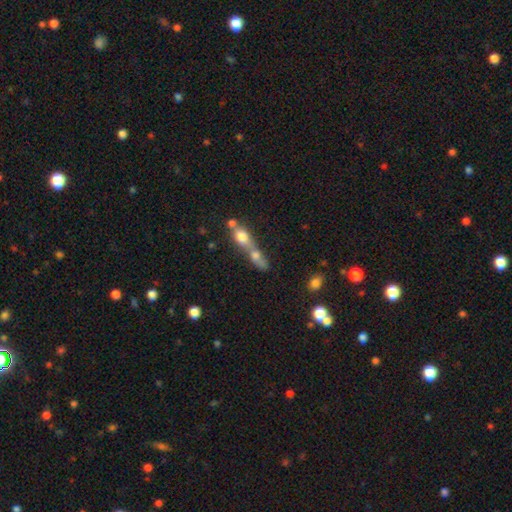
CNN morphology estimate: The model was most divided on "how rounded": in between: 44%, round: 30%, cigar-shaped: 25%. More confident: merging — merger (76%); smooth or featured — smooth (65%).